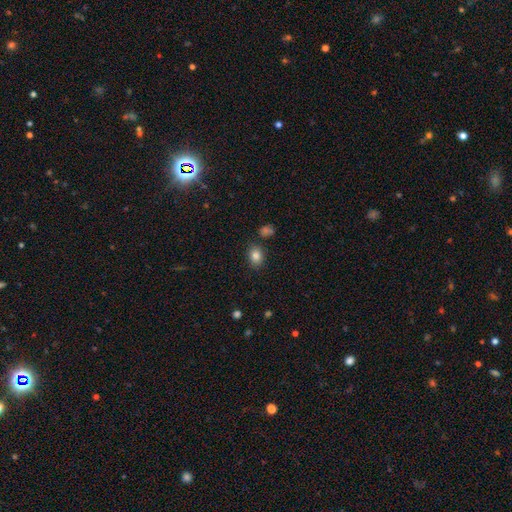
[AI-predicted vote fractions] Smooth or featured? Predicted: smooth (p=0.84). How rounded? Predicted: in between (p=0.65). Merging? Predicted: none (p=0.82).